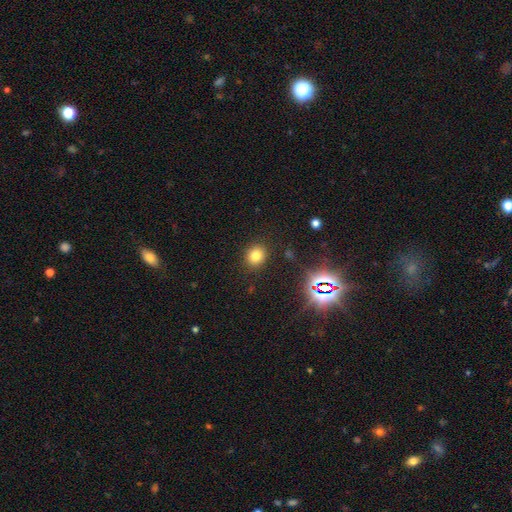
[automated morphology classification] type=smooth (75%); roundness=round (73%); merging=none (89%).